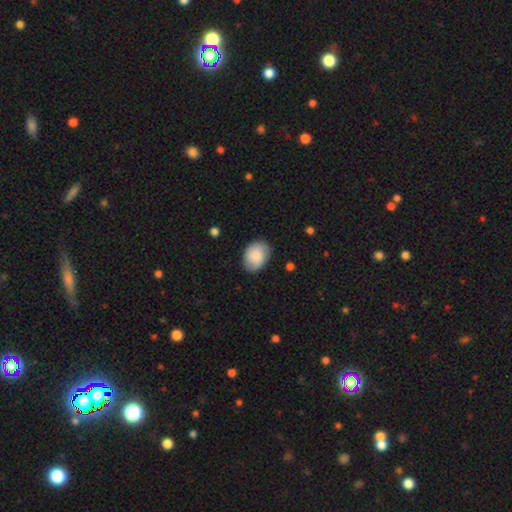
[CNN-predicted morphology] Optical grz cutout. It shows a smooth galaxy with no disk features (79%) that is in between round and cigar-shaped (70%). Merging: none (78%).